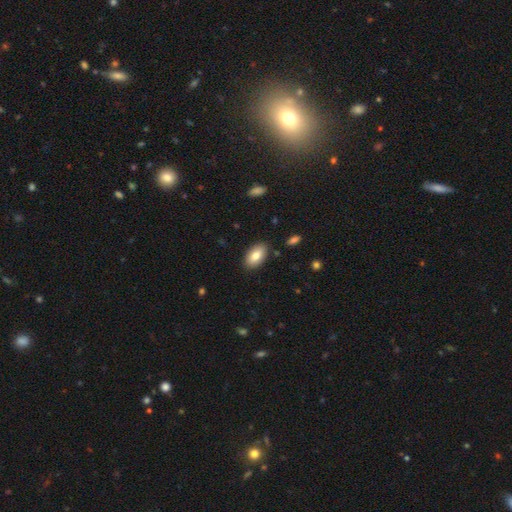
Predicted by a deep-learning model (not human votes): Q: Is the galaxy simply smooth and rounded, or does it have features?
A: smooth — 80%.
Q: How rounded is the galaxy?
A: in between — 94%.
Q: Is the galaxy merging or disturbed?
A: none — 87%.